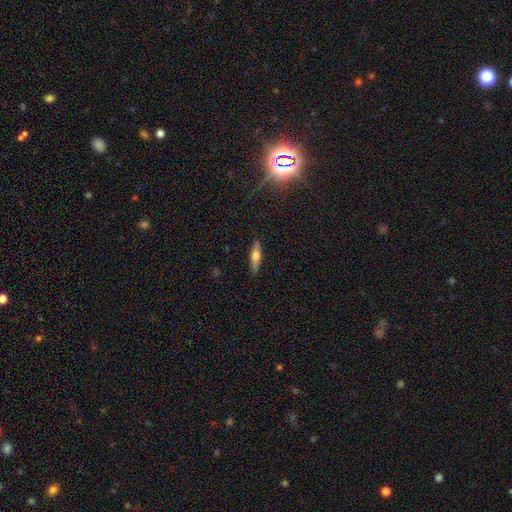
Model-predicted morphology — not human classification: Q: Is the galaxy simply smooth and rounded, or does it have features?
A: smooth — 50%.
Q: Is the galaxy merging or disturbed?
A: none — 88%.